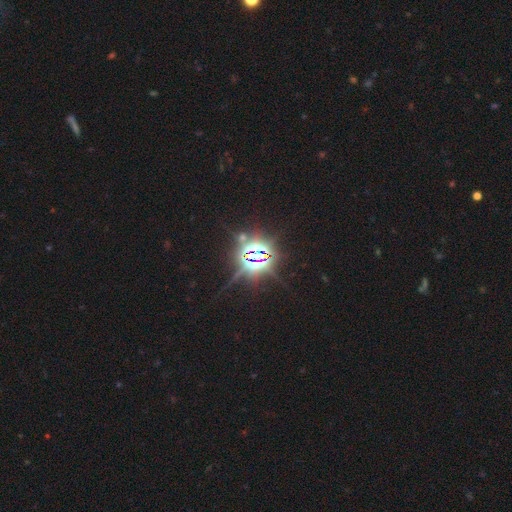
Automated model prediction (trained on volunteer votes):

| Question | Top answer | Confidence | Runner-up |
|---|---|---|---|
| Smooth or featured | star or artifact | 85% | featured or disk (8%) |